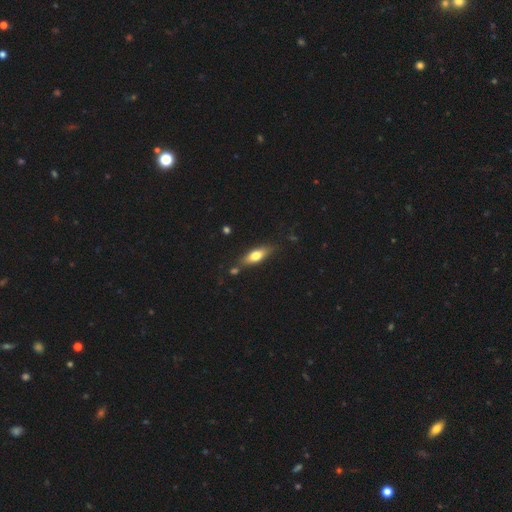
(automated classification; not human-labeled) A smooth galaxy with no disk features (66%) that is in between round and cigar-shaped (60%).

Vote fractions:
- Smooth or featured? smooth: 66% / featured or disk: 28% / star or artifact: 6%
- How rounded? in between: 60% / cigar-shaped: 37% / round: 3%
- Merging? none: 75% / minor disturbance: 15% / merger: 6% / major disturbance: 4%